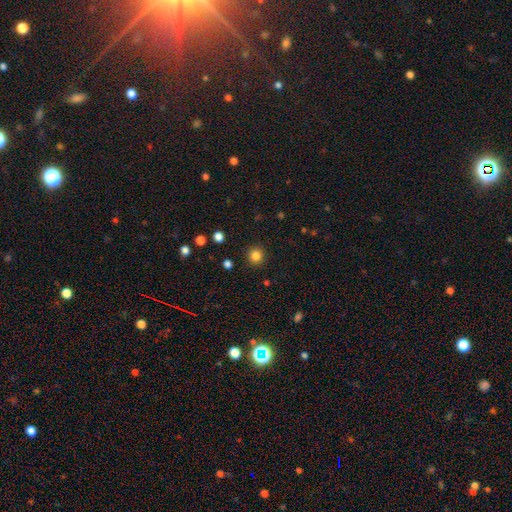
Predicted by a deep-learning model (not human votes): The model was most divided on "smooth or featured": smooth: 83%, star or artifact: 13%, featured or disk: 4%. More confident: how rounded — round (93%); merging — none (91%).